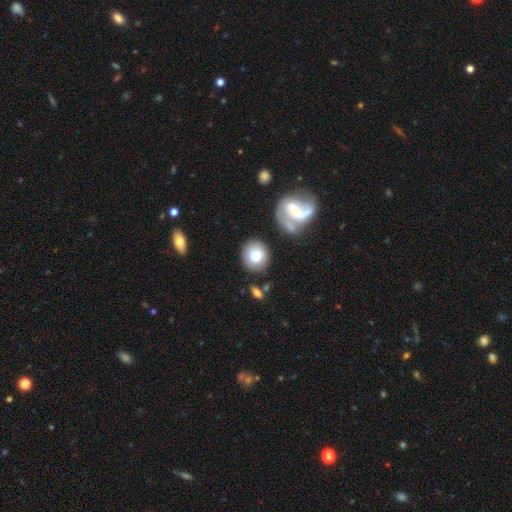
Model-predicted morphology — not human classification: smooth-or-featured: smooth: 75% | featured or disk: 18% | star or artifact: 8%
  how-rounded: round: 83% | in between: 16% | cigar-shaped: 1%
  merging: none: 76% | minor disturbance: 13% | merger: 7% | major disturbance: 5%